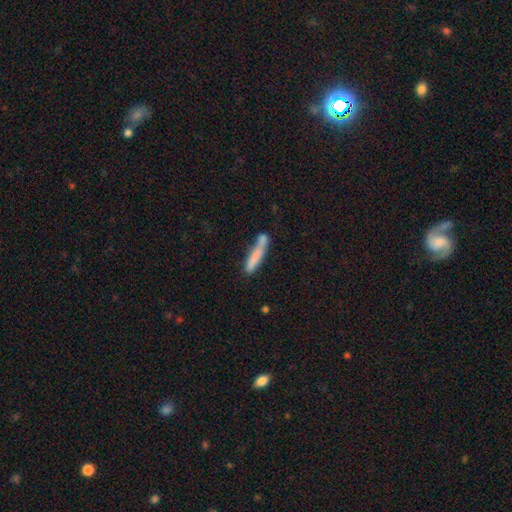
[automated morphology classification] This is likely a smooth galaxy (73%). How rounded: clearly cigar-shaped (91%). Merging: possibly none (58%).